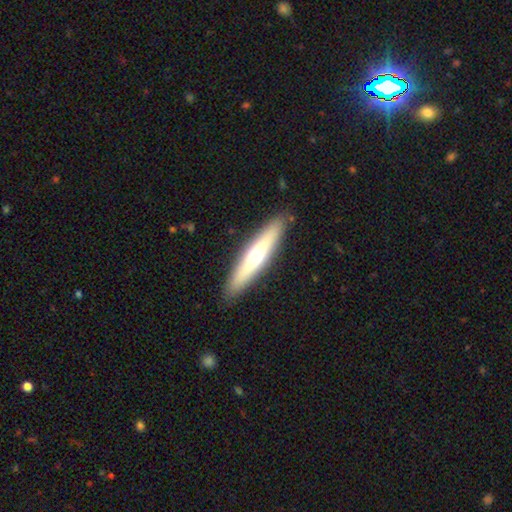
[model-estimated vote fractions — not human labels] This is possibly a featured or disk galaxy (48%). Merging: clearly none (90%).